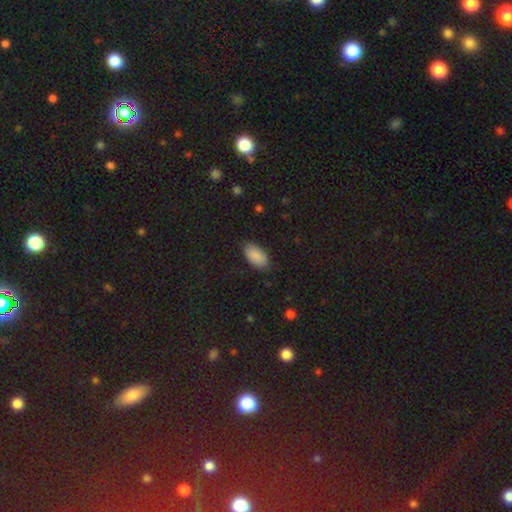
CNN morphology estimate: A smooth galaxy with no disk features (88%) that is in between round and cigar-shaped (94%).

Vote fractions:
- Smooth or featured? smooth: 88% / star or artifact: 8% / featured or disk: 4%
- How rounded? in between: 94% / cigar-shaped: 3% / round: 3%
- Merging? none: 84% / minor disturbance: 12% / major disturbance: 3% / merger: 1%